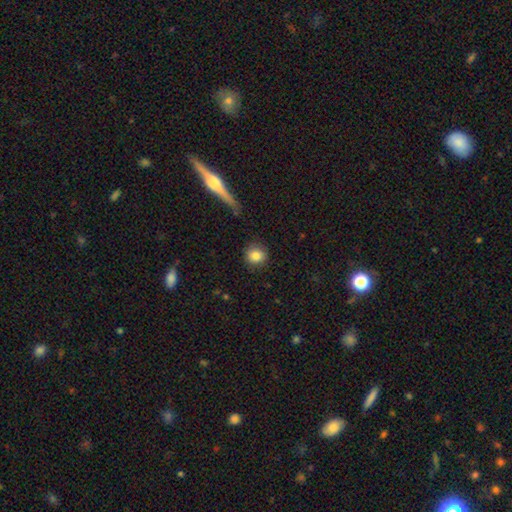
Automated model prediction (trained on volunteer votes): smooth-or-featured: smooth: 85% | star or artifact: 9% | featured or disk: 7%
  how-rounded: round: 89% | in between: 10% | cigar-shaped: 1%
  merging: none: 86% | minor disturbance: 9% | major disturbance: 3% | merger: 2%